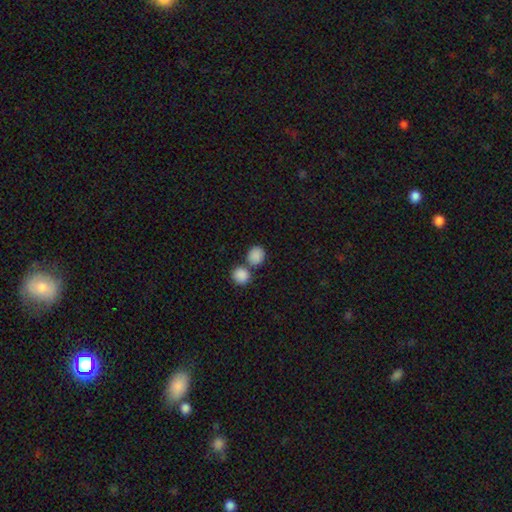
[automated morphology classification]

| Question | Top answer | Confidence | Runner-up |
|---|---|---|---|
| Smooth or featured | smooth | 87% | star or artifact (8%) |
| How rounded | round | 76% | in between (23%) |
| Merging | none | 53% | merger (35%) |